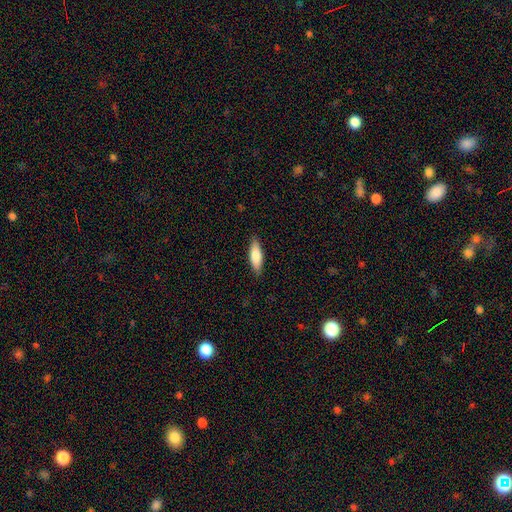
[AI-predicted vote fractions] Smooth or featured: smooth — 77% (featured or disk — 18%)
How rounded: in between — 52% (cigar-shaped — 46%)
Merging: none — 87% (minor disturbance — 10%)